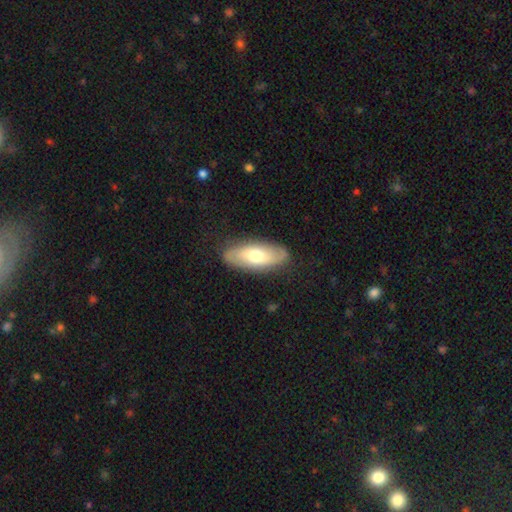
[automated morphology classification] This appears to be a smooth galaxy with no disk features (53%) that is in between round and cigar-shaped (79%). Merging: none (85%).